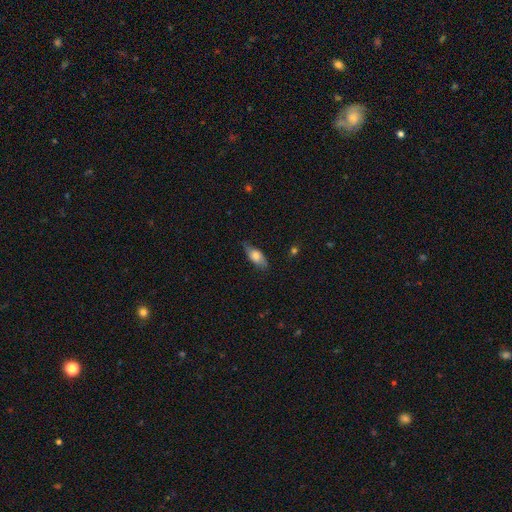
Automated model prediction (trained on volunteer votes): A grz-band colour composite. It shows a smooth galaxy with no disk features (69%) that is in between round and cigar-shaped (78%). Merging: none (70%).